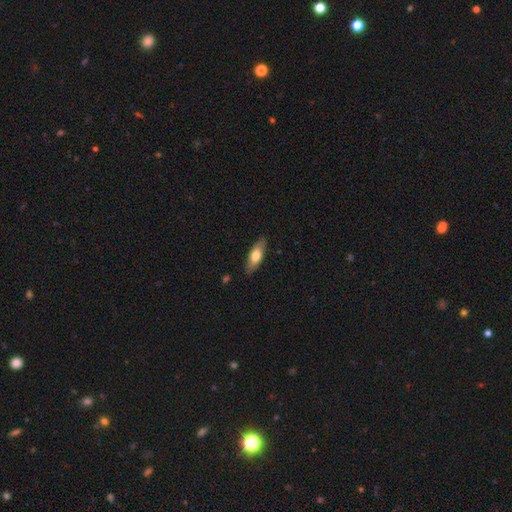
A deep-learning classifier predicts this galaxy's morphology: The model was most divided on "how rounded": in between: 61%, cigar-shaped: 36%, round: 3%. More confident: merging — none (87%); smooth or featured — smooth (65%).